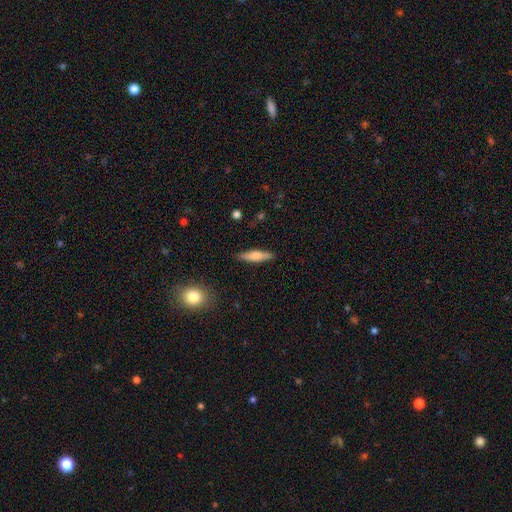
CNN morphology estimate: Smooth or featured: smooth — 60% (featured or disk — 34%)
How rounded: cigar-shaped — 74% (in between — 24%)
Merging: none — 87% (minor disturbance — 9%)